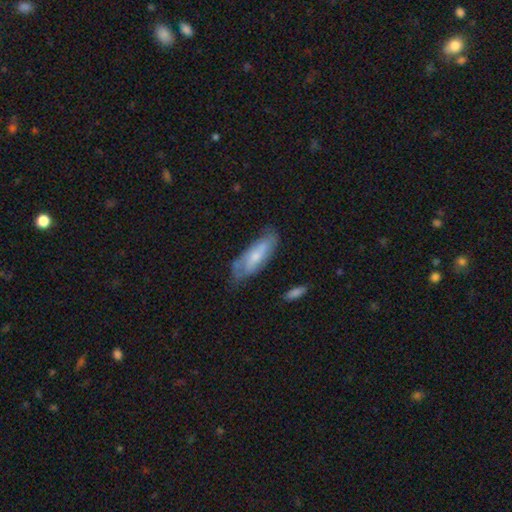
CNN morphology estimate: type=smooth (52%); roundness=in between (61%); merging=none (59%).